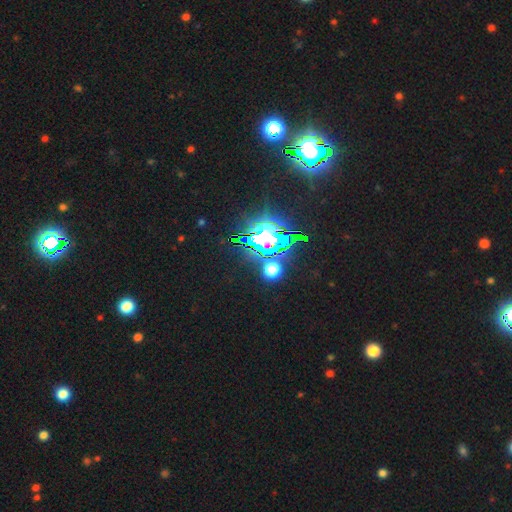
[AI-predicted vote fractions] Smooth or featured? Predicted: star or artifact (p=0.83).